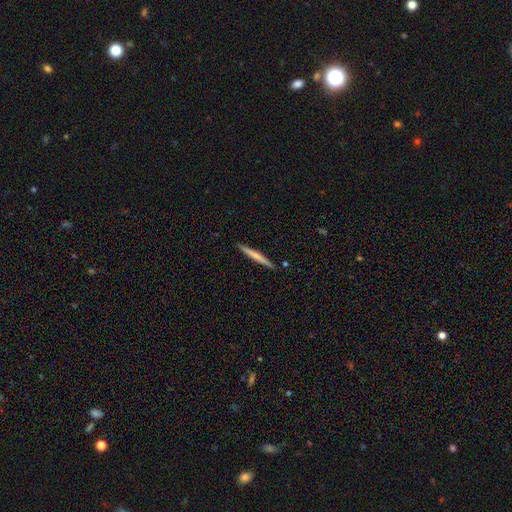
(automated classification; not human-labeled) smooth-or-featured: smooth: 57% | featured or disk: 38% | star or artifact: 5%
  how-rounded: cigar-shaped: 96% | in between: 2% | round: 1%
  merging: none: 91% | minor disturbance: 6% | merger: 1% | major disturbance: 1%